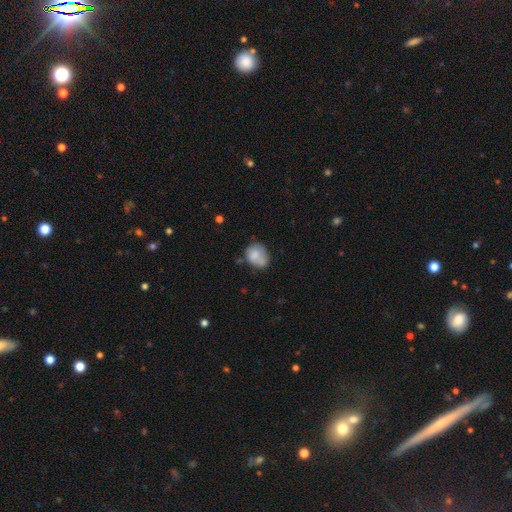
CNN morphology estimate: Smooth or featured: smooth — 76% (featured or disk — 16%)
How rounded: in between — 52% (round — 47%)
Merging: none — 44% (minor disturbance — 30%)